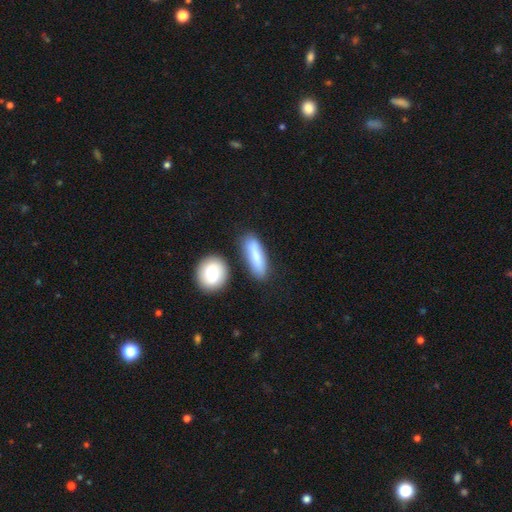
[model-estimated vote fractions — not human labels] A smooth galaxy with no disk features (74%) that is cigar-shaped (48%). Merging: none (74%).